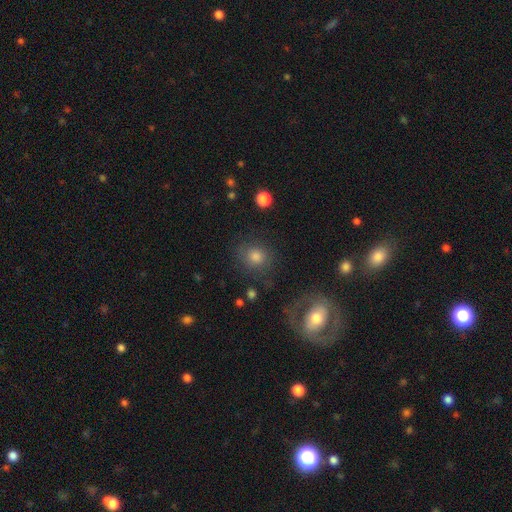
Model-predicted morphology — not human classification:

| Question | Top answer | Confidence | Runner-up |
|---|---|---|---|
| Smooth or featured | smooth | 68% | featured or disk (16%) |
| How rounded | round | 83% | in between (16%) |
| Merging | none | 78% | minor disturbance (12%) |